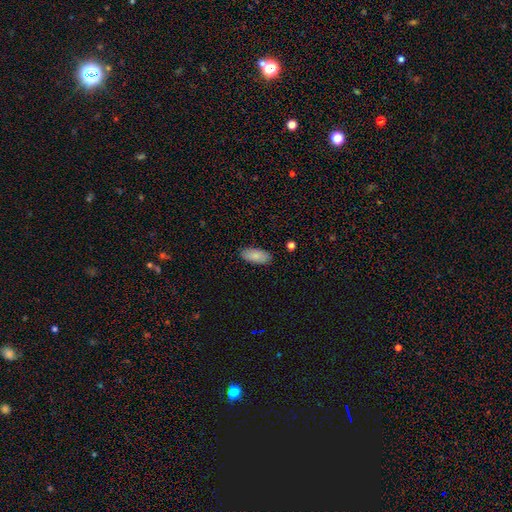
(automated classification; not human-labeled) This is clearly a smooth galaxy (85%). How rounded: clearly in between (91%). Merging: clearly none (87%).